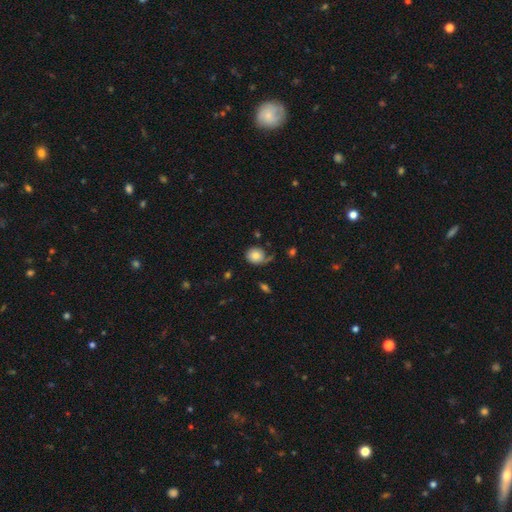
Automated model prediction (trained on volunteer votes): This appears to be a smooth galaxy with no disk features (74%) that is round (74%). Merging: none (53%).